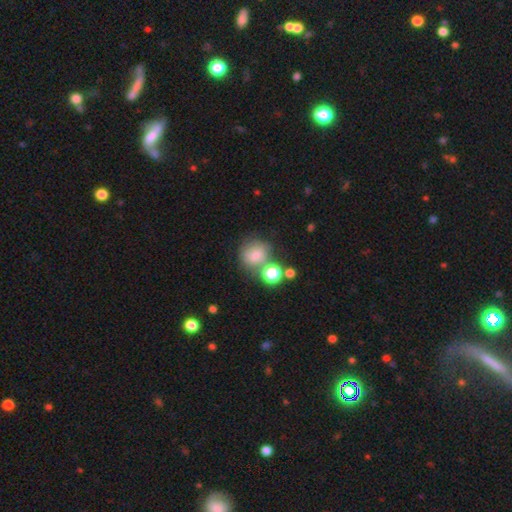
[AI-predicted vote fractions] The model was most divided on "merging": none: 52%, merger: 24%, minor disturbance: 16%, major disturbance: 8%. More confident: how rounded — round (85%); smooth or featured — smooth (68%).